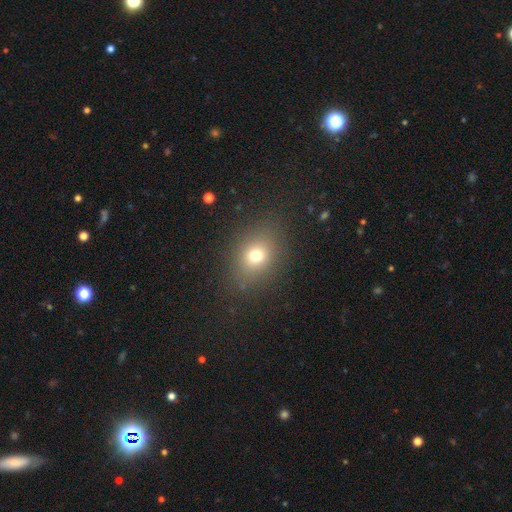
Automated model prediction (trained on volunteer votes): A smooth galaxy with no disk features (71%) that is round (50%).

Vote fractions:
- Smooth or featured? smooth: 71% / star or artifact: 17% / featured or disk: 12%
- How rounded? round: 50% / in between: 48% / cigar-shaped: 1%
- Merging? none: 84% / minor disturbance: 10% / major disturbance: 5% / merger: 1%